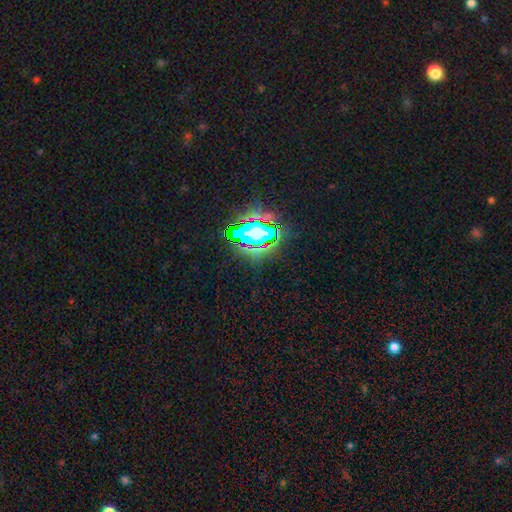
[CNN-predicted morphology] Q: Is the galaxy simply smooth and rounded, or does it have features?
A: star or artifact — 76%.